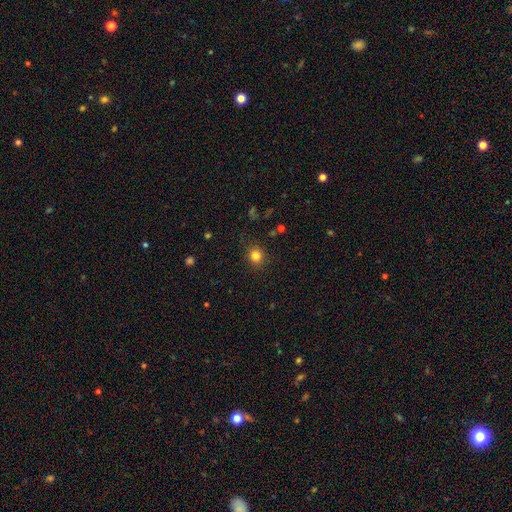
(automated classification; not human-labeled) A smooth galaxy with no disk features (82%) that is round (87%).

Vote fractions:
- Smooth or featured? smooth: 82% / star or artifact: 13% / featured or disk: 5%
- How rounded? round: 87% / in between: 12% / cigar-shaped: 1%
- Merging? none: 87% / minor disturbance: 8% / major disturbance: 3% / merger: 1%